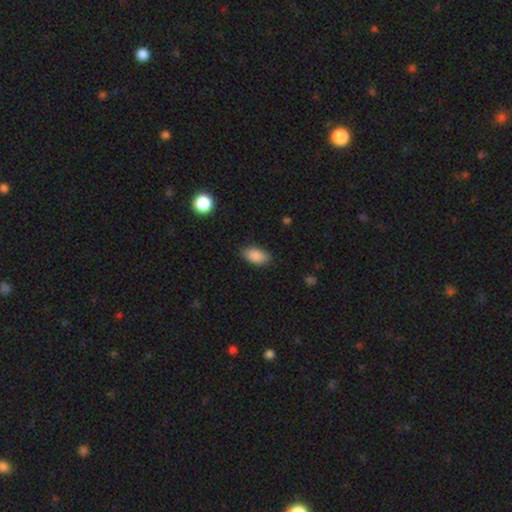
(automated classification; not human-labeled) Morphology: type=smooth (88%); roundness=in between (92%); merging=none (82%).